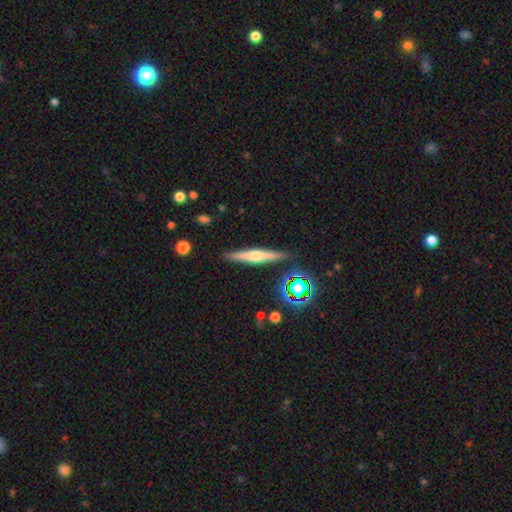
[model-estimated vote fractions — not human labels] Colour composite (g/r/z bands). It shows a featured or disk galaxy (55%) viewed edge-on (97%) with a rounded central bulge (74%). Merging: none (89%).